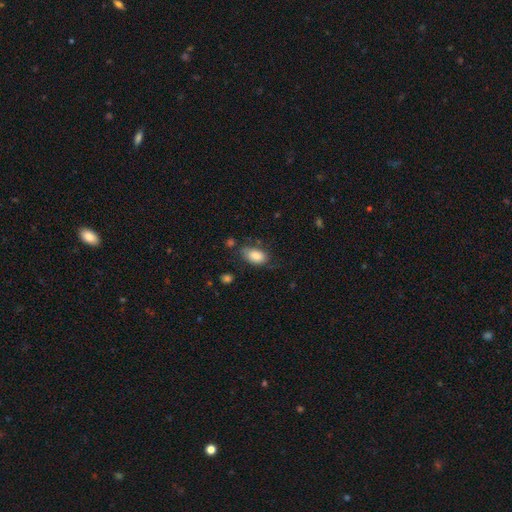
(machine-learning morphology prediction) Smooth or featured: smooth — 84% (featured or disk — 9%)
How rounded: in between — 92% (round — 6%)
Merging: none — 59% (minor disturbance — 27%)